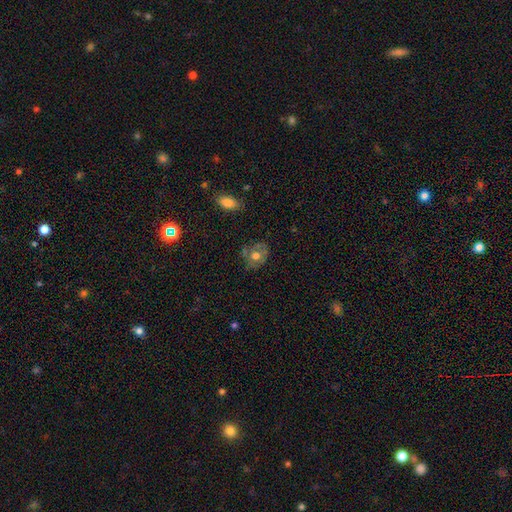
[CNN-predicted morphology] Smooth or featured: smooth — 55% (featured or disk — 36%)
How rounded: round — 58% (in between — 41%)
Merging: none — 65% (minor disturbance — 23%)